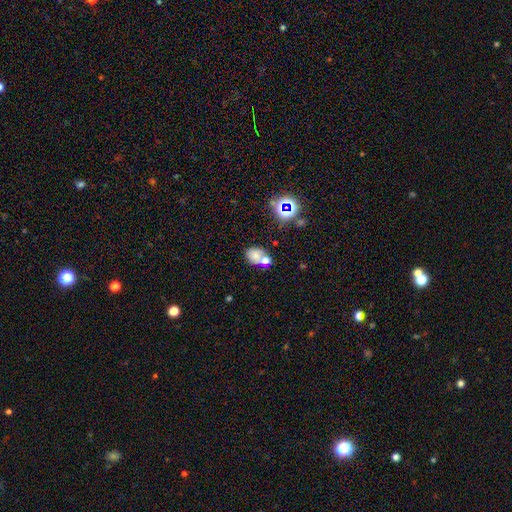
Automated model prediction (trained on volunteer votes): This is likely a smooth galaxy (67%). How rounded: possibly in between (54%). Merging: possibly none (47%).